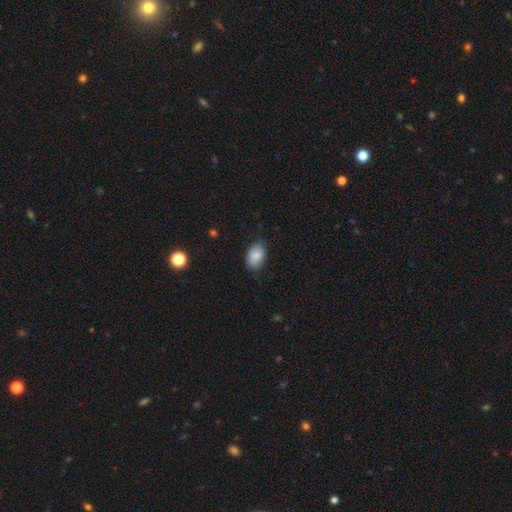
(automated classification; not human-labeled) Smooth or featured: smooth — 85% (featured or disk — 8%)
How rounded: in between — 90% (round — 9%)
Merging: none — 79% (minor disturbance — 17%)